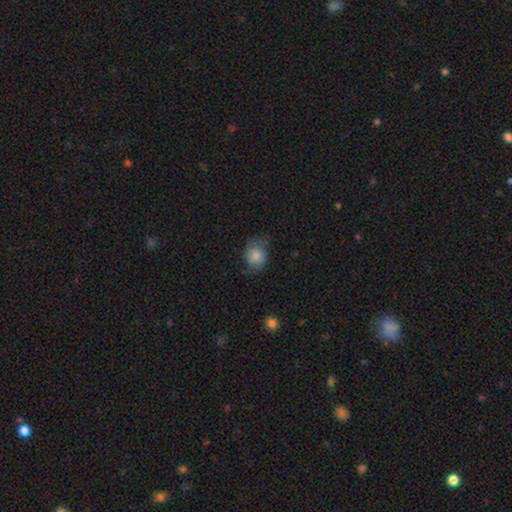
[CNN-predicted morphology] A smooth galaxy with no disk features (77%) that is round (56%). Merging: none (58%).